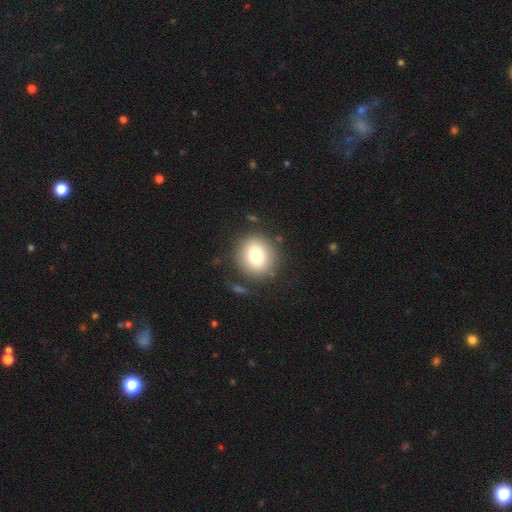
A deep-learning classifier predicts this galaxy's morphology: smooth_or_featured: smooth (p=0.79) [alt: featured or disk p=0.12]
how_rounded: round (p=0.80) [alt: in between p=0.19]
merging: none (p=0.83) [alt: minor disturbance p=0.10]